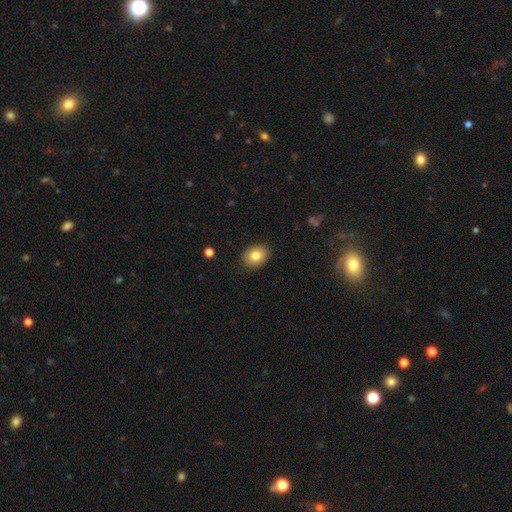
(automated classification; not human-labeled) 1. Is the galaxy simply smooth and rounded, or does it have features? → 82% smooth, 9% featured or disk, 9% star or artifact.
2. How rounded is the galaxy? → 61% in between, 38% round, 1% cigar-shaped.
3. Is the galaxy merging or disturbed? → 88% none, 9% minor disturbance, 2% major disturbance, 1% merger.